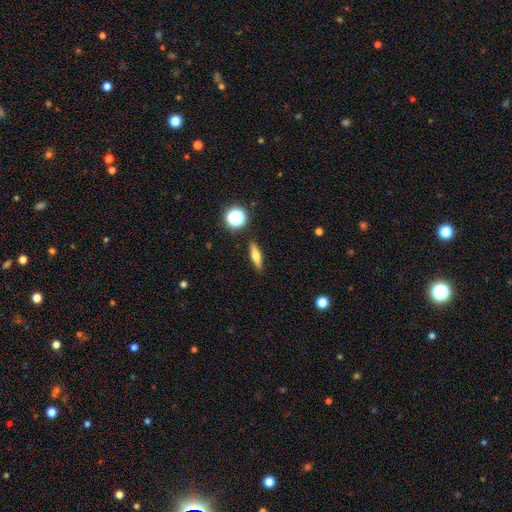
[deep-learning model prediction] smooth 54%, featured or disk 36%, star or artifact 10%. Down the decision tree: how rounded — cigar-shaped (62%); merging — none (89%).